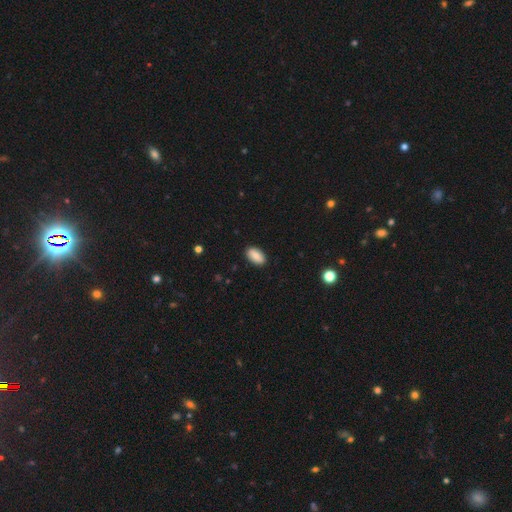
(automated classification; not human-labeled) smooth-or-featured: smooth: 85% | featured or disk: 8% | star or artifact: 7%
  how-rounded: in between: 93% | round: 4% | cigar-shaped: 2%
  merging: none: 89% | minor disturbance: 8% | major disturbance: 2% | merger: 1%